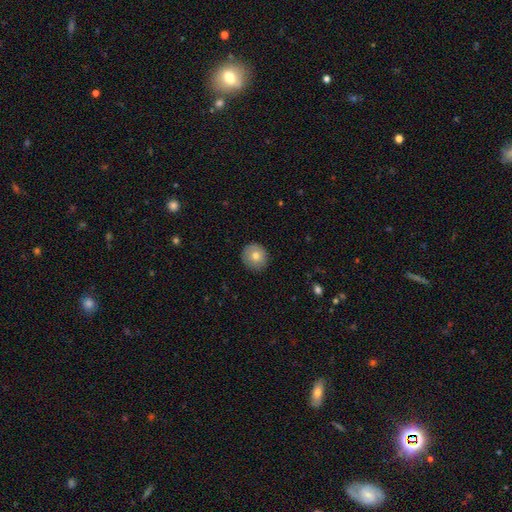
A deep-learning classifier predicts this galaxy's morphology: Smooth or featured? smooth (74%)
How rounded? round (93%)
Merging? none (88%)